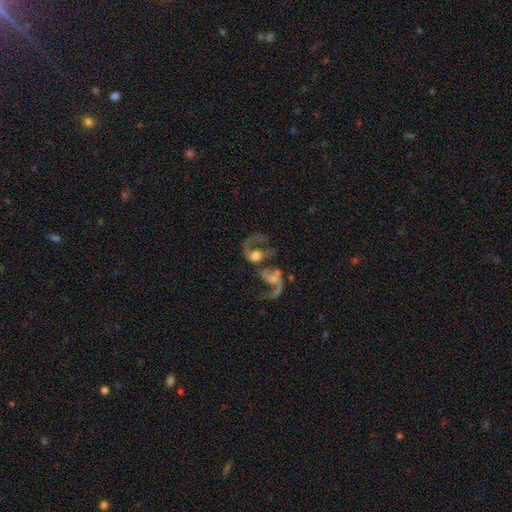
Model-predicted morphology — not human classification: A featured or disk galaxy (68%) with no bar (71%), spiral arms (64%) and a moderate central bulge (46%). Merging: merger (58%).